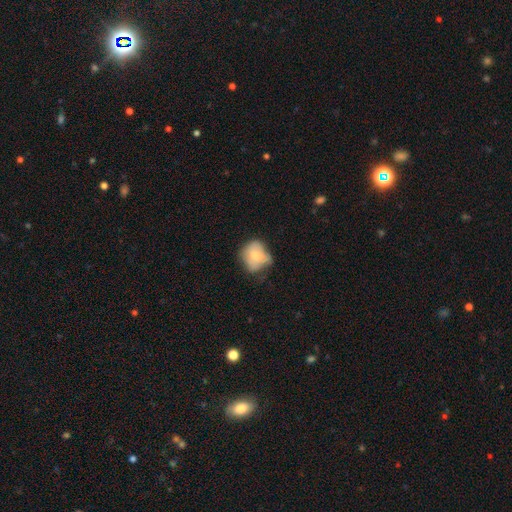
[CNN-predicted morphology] This appears to be a smooth galaxy with no disk features (66%) that is round (58%). Merging: none (38%).